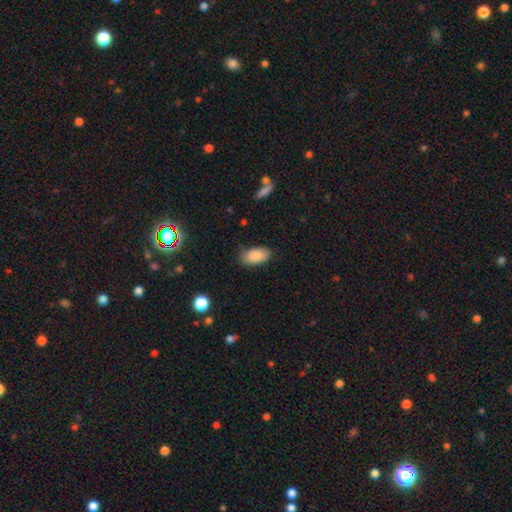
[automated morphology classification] Smooth or featured?
  - smooth: 87% *
  - star or artifact: 7%
  - featured or disk: 6%
How rounded?
  - in between: 94% *
  - round: 3%
  - cigar-shaped: 2%
Merging?
  - none: 80% *
  - minor disturbance: 16%
  - major disturbance: 3%
  - merger: 1%